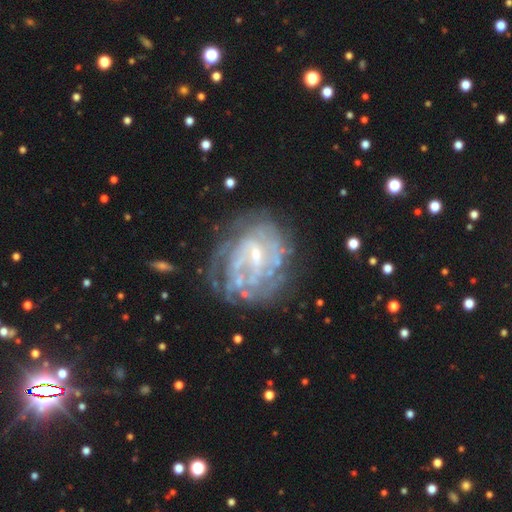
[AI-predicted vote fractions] Overall: featured or disk (81%). Edge-on disk: no (98%). Bar: weak (48%; no 36%). Spiral arms: yes (72%). Spiral arm count: can't tell (54%; 2 15%). Spiral winding: tight (55%; medium 30%). Bulge size: small (65%). Merging: none (54%; minor disturbance 22%).